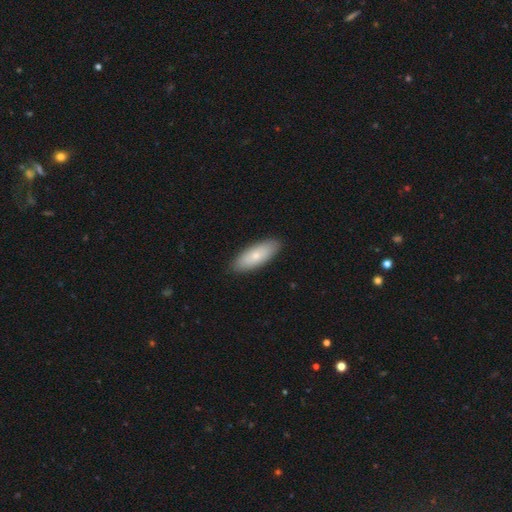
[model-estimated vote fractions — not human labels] The model was most divided on "how rounded": in between: 71%, cigar-shaped: 27%, round: 2%. More confident: merging — none (89%); smooth or featured — smooth (73%).